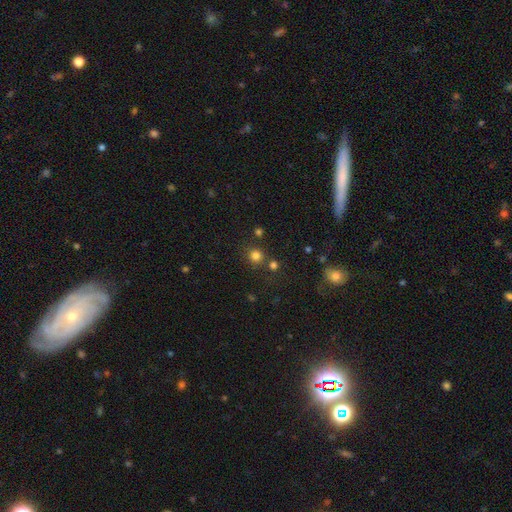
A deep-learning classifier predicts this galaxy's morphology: This appears to be a smooth galaxy with no disk features (77%) that is round (88%). Merging: none (75%).